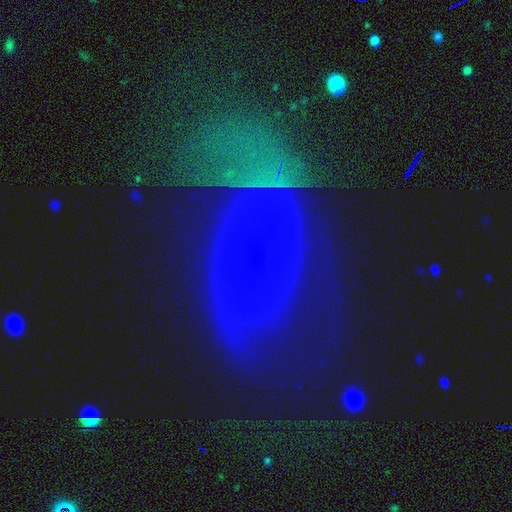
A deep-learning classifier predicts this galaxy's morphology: Smooth or featured?
  - featured or disk: 69% *
  - star or artifact: 16%
  - smooth: 16%
Edge-on disk?
  - no: 95% *
  - yes: 5%
Bar?
  - no: 65% *
  - weak: 25%
  - strong: 10%
Spiral arms?
  - yes: 67% *
  - no: 33%
Bulge size?
  - small: 76% *
  - moderate: 17%
  - none: 4%
  - large: 2%
  - dominant: 1%
Merging?
  - none: 38% *
  - major disturbance: 31%
  - minor disturbance: 18%
  - merger: 13%